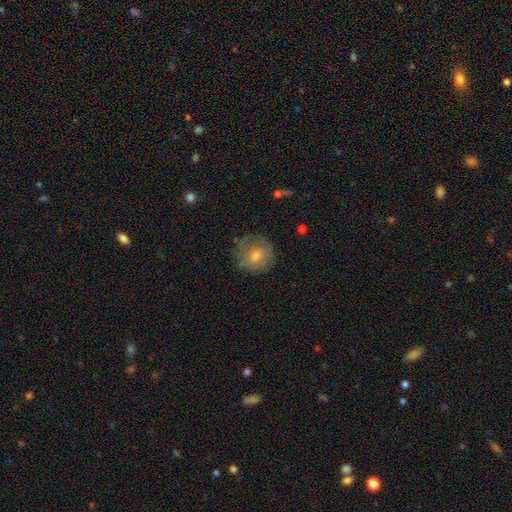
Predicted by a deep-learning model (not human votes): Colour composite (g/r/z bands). It shows a smooth galaxy with no disk features (54%) that is round (86%). Merging: none (72%).